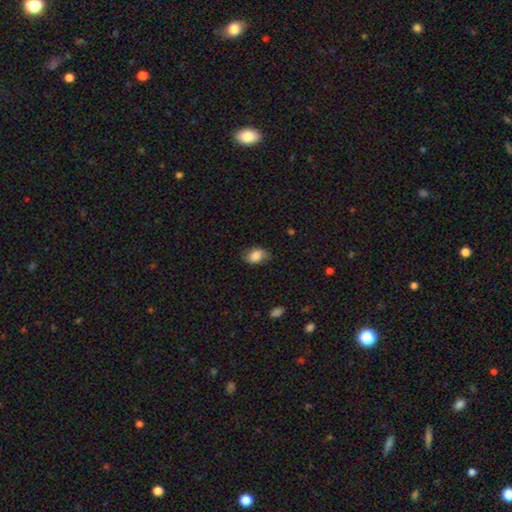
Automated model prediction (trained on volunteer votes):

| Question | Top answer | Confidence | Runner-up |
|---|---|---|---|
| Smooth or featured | smooth | 83% | featured or disk (9%) |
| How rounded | in between | 83% | round (15%) |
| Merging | none | 72% | minor disturbance (22%) |